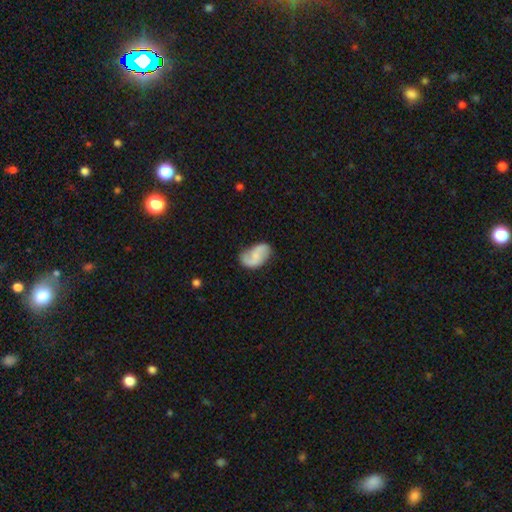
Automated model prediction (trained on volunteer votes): This appears to be a featured or disk galaxy (62%) with no bar (46%), 2 (89%) loose (59%) spiral arms (92%) and no central bulge (45%). Merging: none (70%).